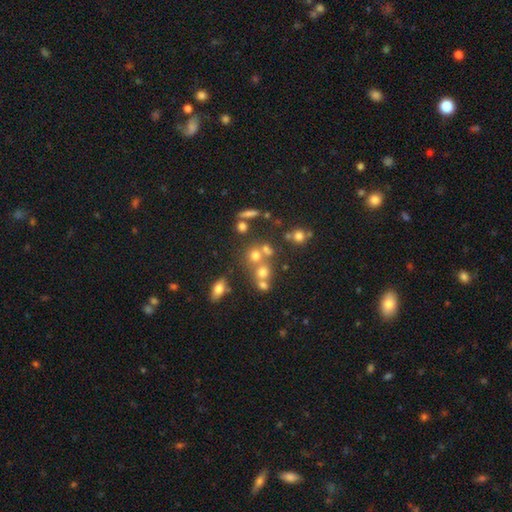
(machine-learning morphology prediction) Smooth or featured: star or artifact — 46% (smooth — 37%)